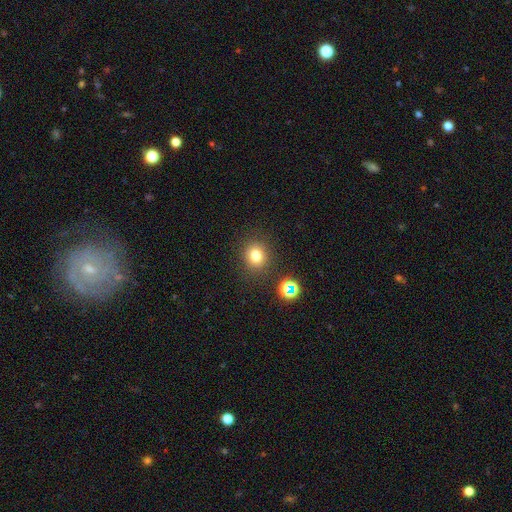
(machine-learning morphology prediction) A smooth galaxy with no disk features (77%) that is round (85%).

Vote fractions:
- Smooth or featured? smooth: 77% / star or artifact: 16% / featured or disk: 7%
- How rounded? round: 85% / in between: 14% / cigar-shaped: 1%
- Merging? none: 85% / minor disturbance: 8% / merger: 4% / major disturbance: 3%